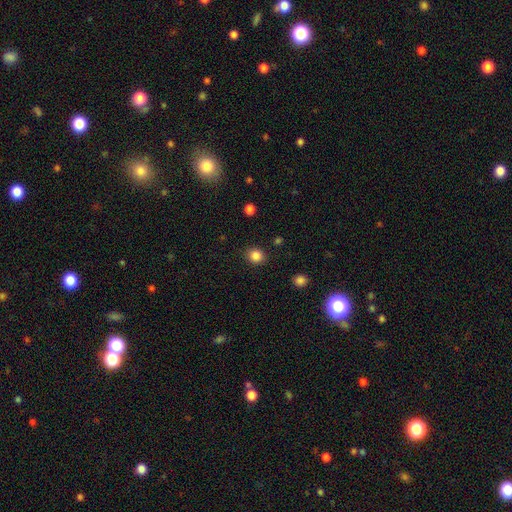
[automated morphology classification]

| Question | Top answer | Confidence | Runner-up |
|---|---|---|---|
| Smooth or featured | smooth | 85% | star or artifact (11%) |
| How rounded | round | 79% | in between (20%) |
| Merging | none | 88% | minor disturbance (8%) |